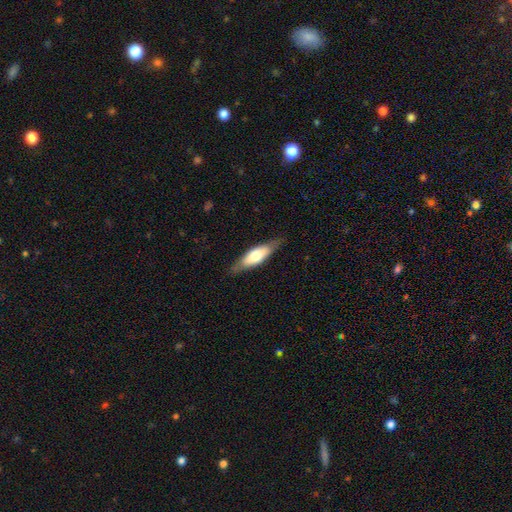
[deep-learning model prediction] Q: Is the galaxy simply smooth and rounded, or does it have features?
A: smooth — 56%.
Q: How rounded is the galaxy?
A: in between — 53%.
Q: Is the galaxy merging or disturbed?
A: none — 79%.